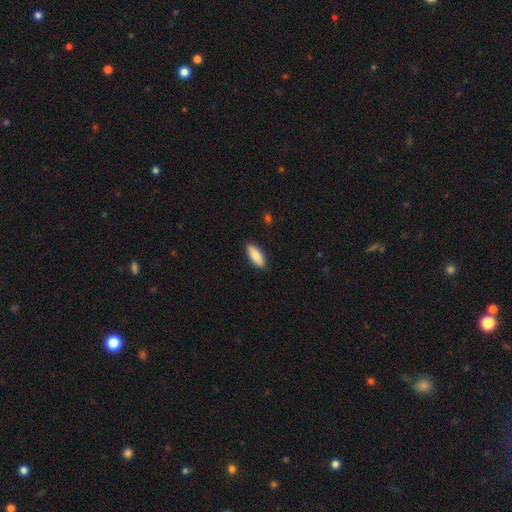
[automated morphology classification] Smooth or featured: smooth — 78% (featured or disk — 16%)
How rounded: in between — 69% (cigar-shaped — 29%)
Merging: none — 89% (minor disturbance — 8%)